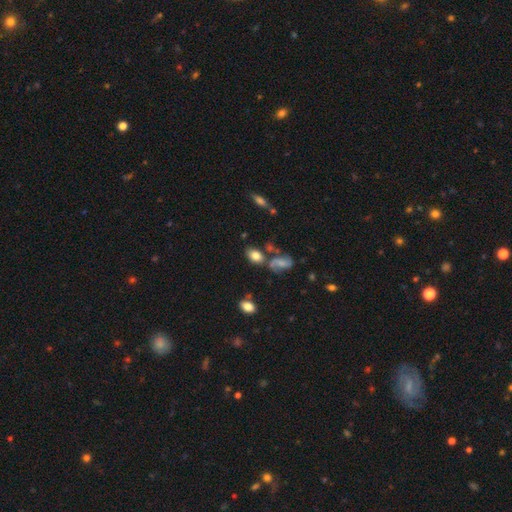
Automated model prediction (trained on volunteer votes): Morphology: type=smooth (74%); roundness=in between (80%); merging=none (59%).